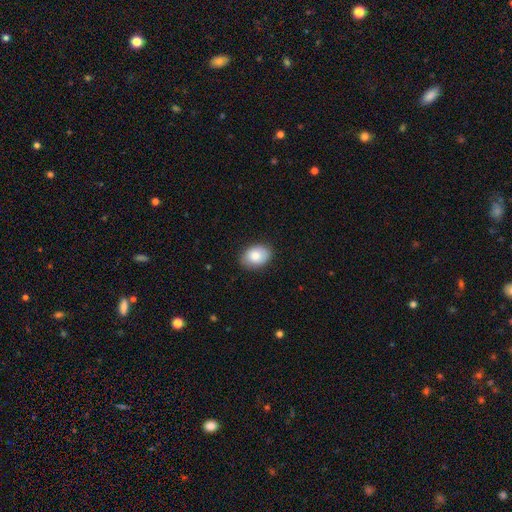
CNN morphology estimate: This appears to be a smooth galaxy with no disk features (83%) that is in between round and cigar-shaped (79%). Merging: none (84%).